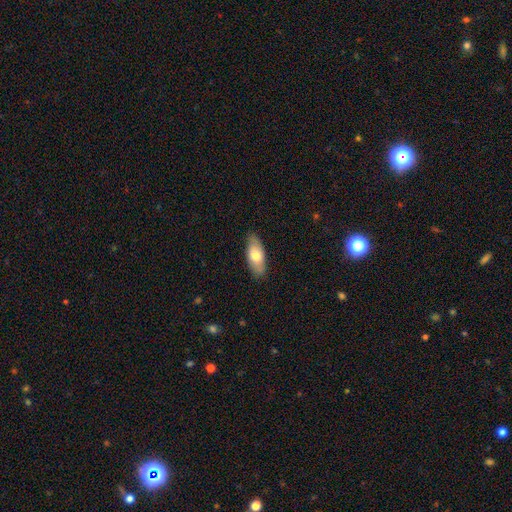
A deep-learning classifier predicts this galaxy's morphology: A smooth galaxy with no disk features (69%) that is in between round and cigar-shaped (84%). Merging: none (84%).